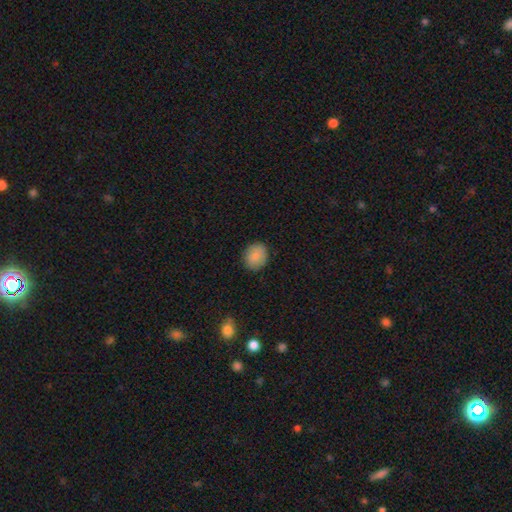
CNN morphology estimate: Overall: smooth (87%). How rounded: round (66%; in between 33%). Merging: none (87%).